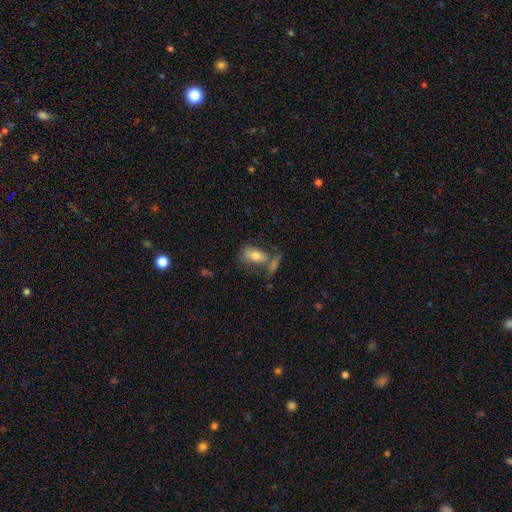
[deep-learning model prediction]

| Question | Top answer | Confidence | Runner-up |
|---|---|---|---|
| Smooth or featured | smooth | 71% | featured or disk (22%) |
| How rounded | in between | 87% | round (9%) |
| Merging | none | 42% | merger (27%) |